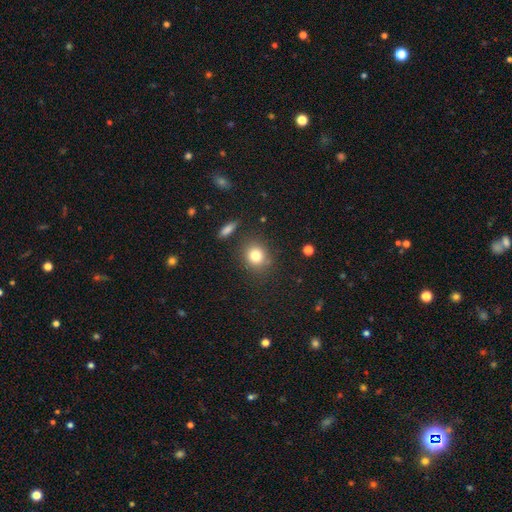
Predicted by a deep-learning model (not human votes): Morphology: type=smooth (81%); roundness=round (76%); merging=none (81%).